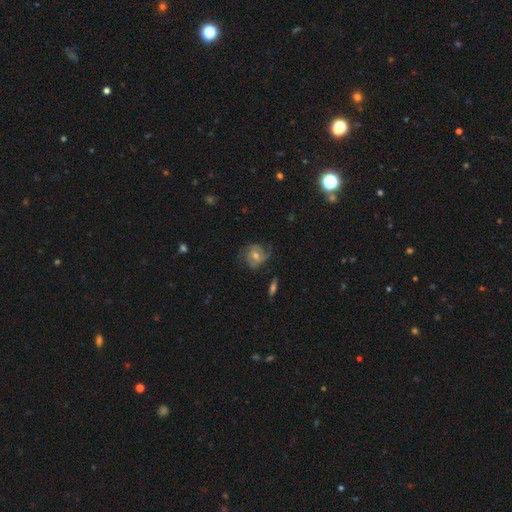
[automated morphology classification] Overall: featured or disk (69%). Edge-on disk: no (96%). Bar: no (71%). Spiral arms: yes (89%). Spiral arm count: 3 (31%; 2 29%). Spiral winding: tight (46%; medium 40%). Bulge size: moderate (66%; small 29%). Merging: none (68%).